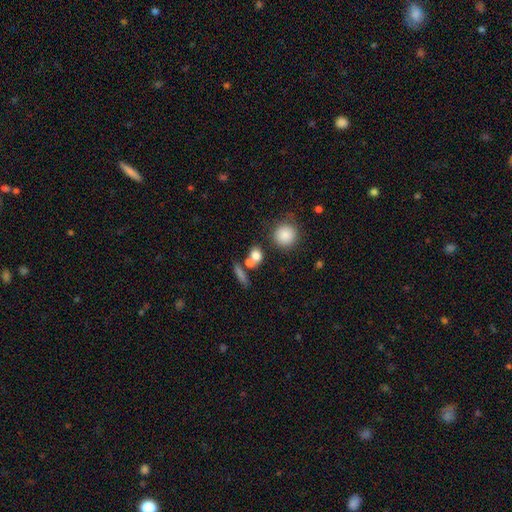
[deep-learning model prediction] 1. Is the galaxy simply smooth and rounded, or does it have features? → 78% smooth, 12% star or artifact, 10% featured or disk.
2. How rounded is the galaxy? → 57% round, 37% in between, 6% cigar-shaped.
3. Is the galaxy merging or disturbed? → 54% none, 31% merger, 10% minor disturbance, 5% major disturbance.